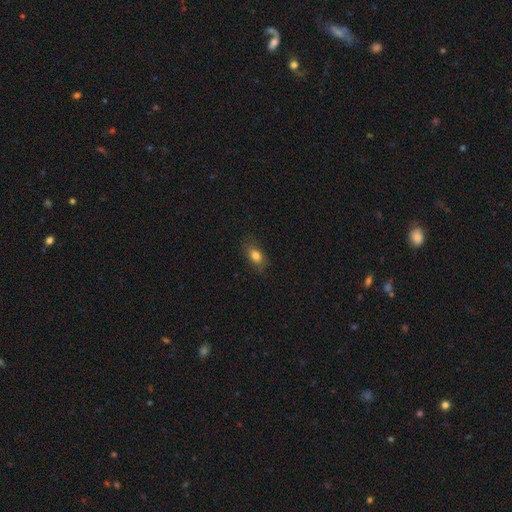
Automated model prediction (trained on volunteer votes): Smooth or featured? Predicted: smooth (p=0.80). How rounded? Predicted: in between (p=0.82). Merging? Predicted: none (p=0.78).